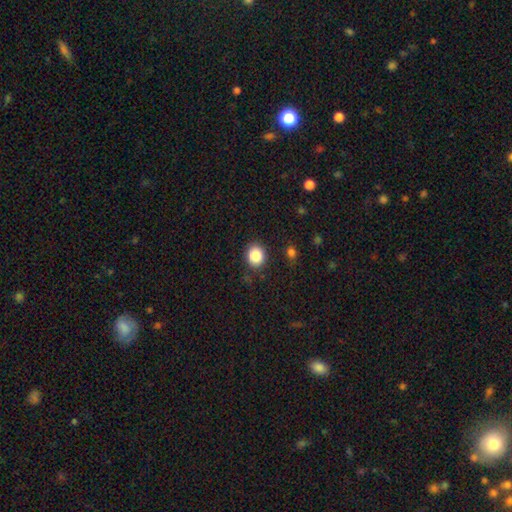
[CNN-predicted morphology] A smooth galaxy with no disk features (85%) that is round (71%).

Vote fractions:
- Smooth or featured? smooth: 85% / star or artifact: 9% / featured or disk: 5%
- How rounded? round: 71% / in between: 28% / cigar-shaped: 1%
- Merging? none: 85% / minor disturbance: 10% / major disturbance: 3% / merger: 2%